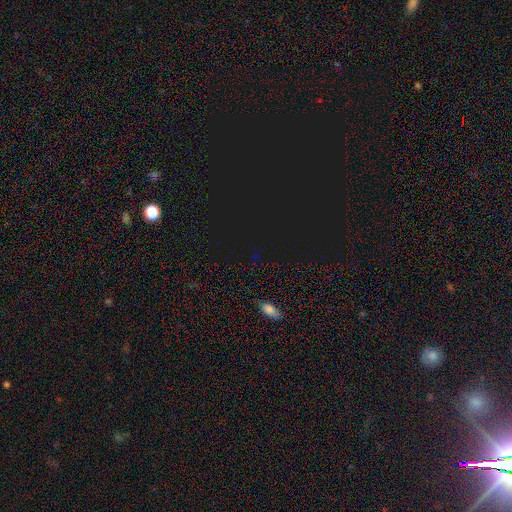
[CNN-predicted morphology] smooth-or-featured: star or artifact: 70% | smooth: 22% | featured or disk: 8%